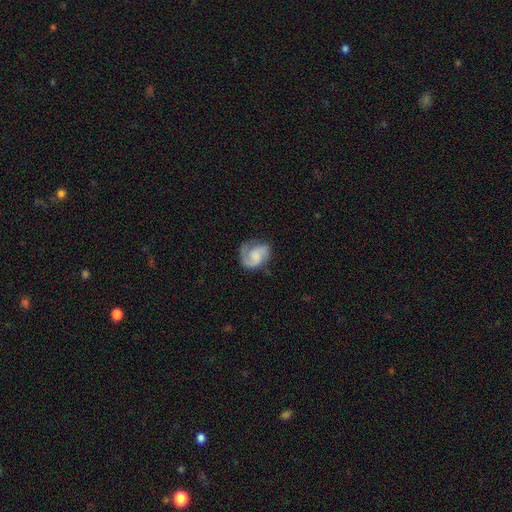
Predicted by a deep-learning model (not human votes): This is likely a featured or disk galaxy (74%). It is clearly not viewed edge-on (98%). Bar: possibly no (55%). Spiral arm pattern: clearly yes (95%). Spiral arm count: likely 2 (78%). Spiral winding: possibly medium (49%). Central bulge: marginally none (41%). Merging: likely none (63%).